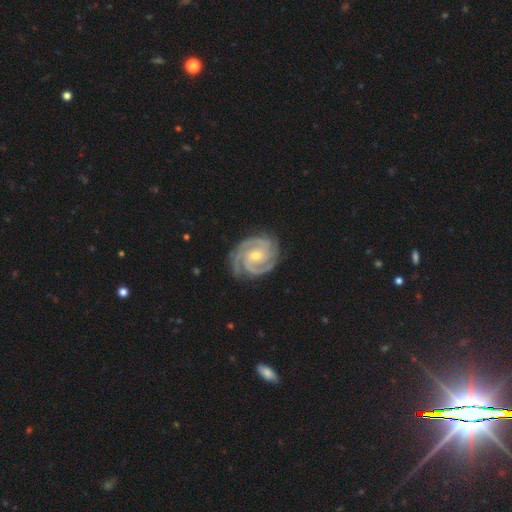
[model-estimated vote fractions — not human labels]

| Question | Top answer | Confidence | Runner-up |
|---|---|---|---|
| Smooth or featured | featured or disk | 93% | star or artifact (4%) |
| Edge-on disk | no | 98% | yes (2%) |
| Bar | no | 58% | weak (30%) |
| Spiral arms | yes | 99% | no (1%) |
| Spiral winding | tight | 75% | medium (23%) |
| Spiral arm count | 3 | 43% | 2 (36%) |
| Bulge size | small | 56% | moderate (41%) |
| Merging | none | 81% | minor disturbance (14%) |